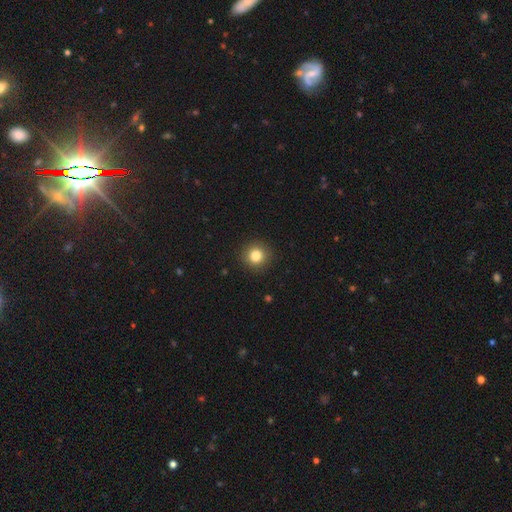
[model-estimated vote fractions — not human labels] smooth_or_featured: smooth (p=0.82) [alt: star or artifact p=0.12]
how_rounded: round (p=0.94) [alt: in between p=0.05]
merging: none (p=0.92) [alt: minor disturbance p=0.05]